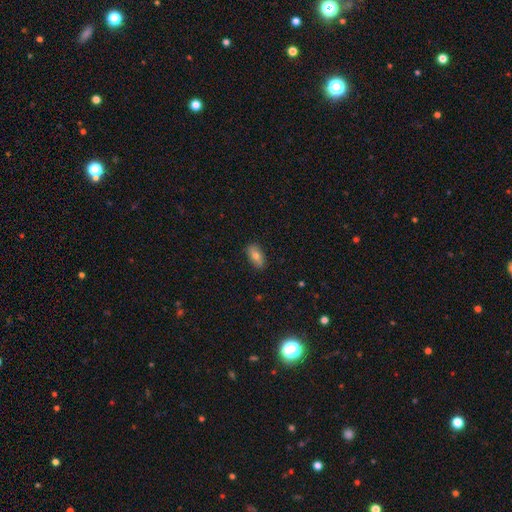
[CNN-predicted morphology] type=smooth (74%); roundness=in between (85%); merging=none (86%).